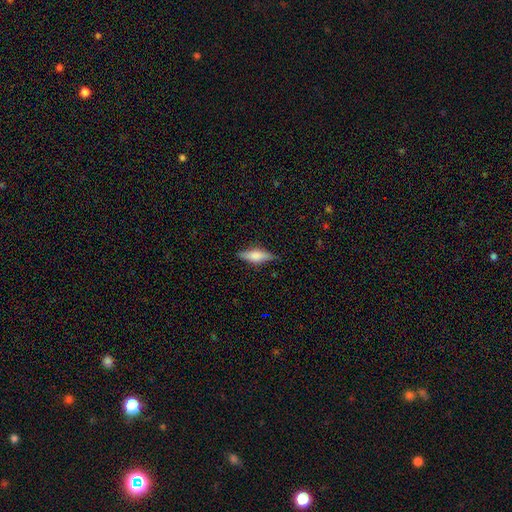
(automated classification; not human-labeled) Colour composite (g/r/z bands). It shows a smooth galaxy with no disk features (58%) that is in between round and cigar-shaped (51%). Merging: none (82%).